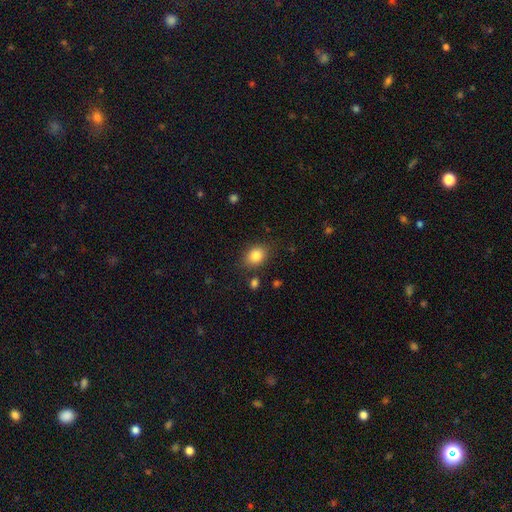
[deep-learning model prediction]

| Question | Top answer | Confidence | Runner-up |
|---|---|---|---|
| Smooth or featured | smooth | 84% | star or artifact (9%) |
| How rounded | in between | 62% | round (37%) |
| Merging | none | 82% | minor disturbance (12%) |